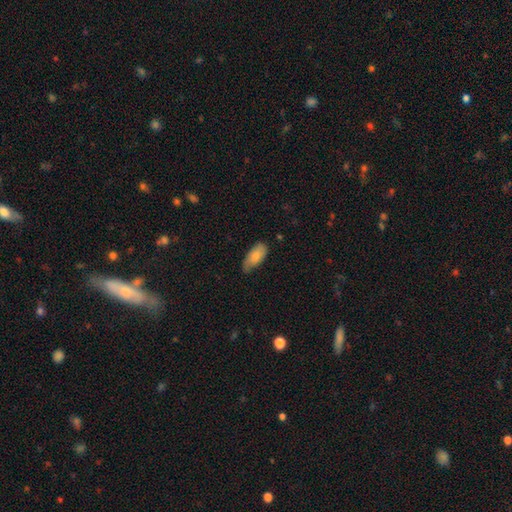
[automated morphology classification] A smooth galaxy with no disk features (80%) that is in between round and cigar-shaped (87%). Merging: none (58%).